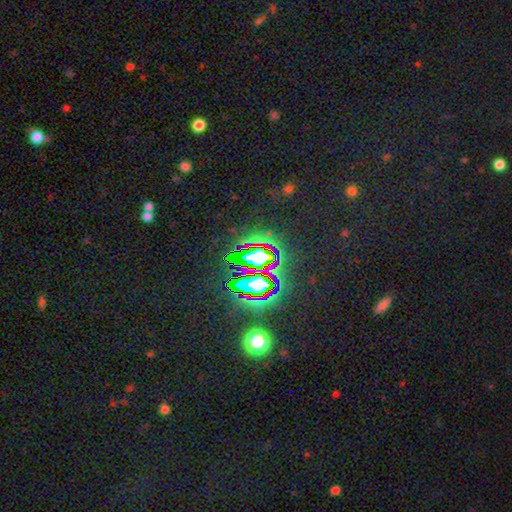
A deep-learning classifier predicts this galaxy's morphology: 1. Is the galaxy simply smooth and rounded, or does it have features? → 72% star or artifact, 15% smooth, 13% featured or disk.